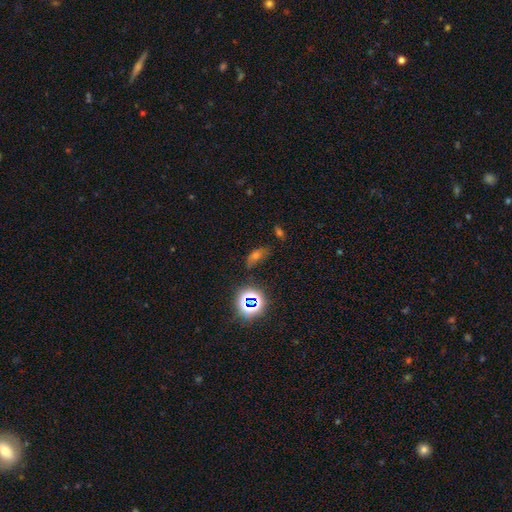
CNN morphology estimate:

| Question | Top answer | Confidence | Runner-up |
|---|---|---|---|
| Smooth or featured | star or artifact | 43% | smooth (38%) |